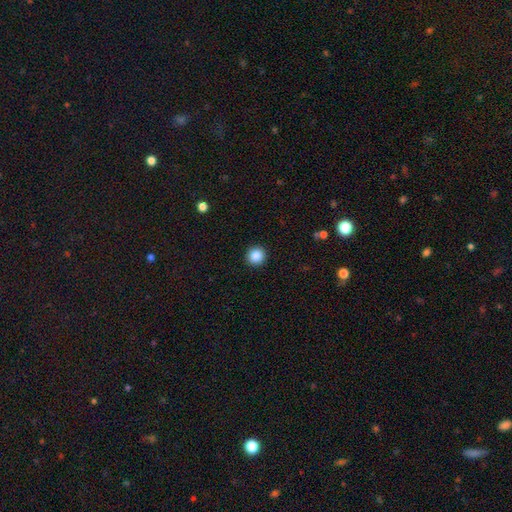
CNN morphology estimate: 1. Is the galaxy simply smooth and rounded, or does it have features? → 86% smooth, 10% star or artifact, 4% featured or disk.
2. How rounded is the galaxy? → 95% round, 4% in between, 1% cigar-shaped.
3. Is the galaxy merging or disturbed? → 93% none, 4% minor disturbance, 1% major disturbance, 1% merger.